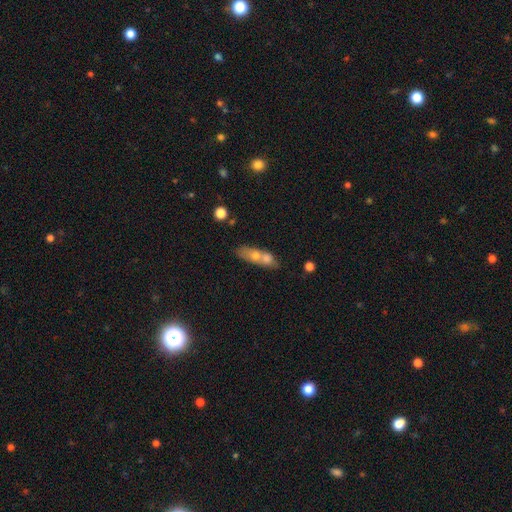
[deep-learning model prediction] smooth-or-featured: smooth: 60% | featured or disk: 30% | star or artifact: 10%
  how-rounded: in between: 54% | cigar-shaped: 34% | round: 12%
  merging: merger: 53% | none: 31% | minor disturbance: 11% | major disturbance: 6%